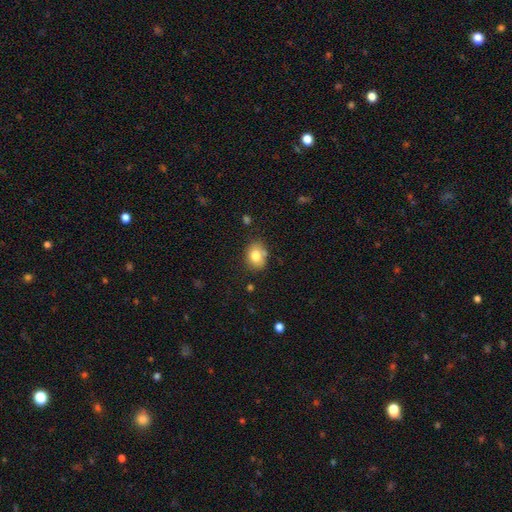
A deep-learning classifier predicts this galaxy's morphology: A smooth galaxy with no disk features (79%) that is in between round and cigar-shaped (57%).

Vote fractions:
- Smooth or featured? smooth: 79% / featured or disk: 11% / star or artifact: 9%
- How rounded? in between: 57% / round: 42% / cigar-shaped: 1%
- Merging? none: 72% / minor disturbance: 17% / merger: 7% / major disturbance: 4%